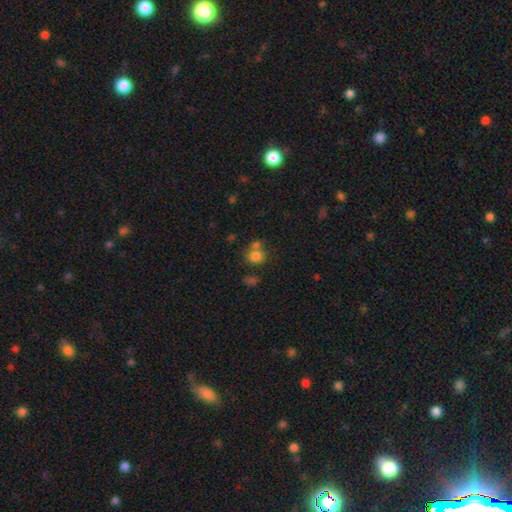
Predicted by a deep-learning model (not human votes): Q: Smooth or featured?
A: smooth (78%); runner-up: star or artifact (13%)
Q: How rounded?
A: round (71%); runner-up: in between (28%)
Q: Merging?
A: none (51%); runner-up: merger (33%)